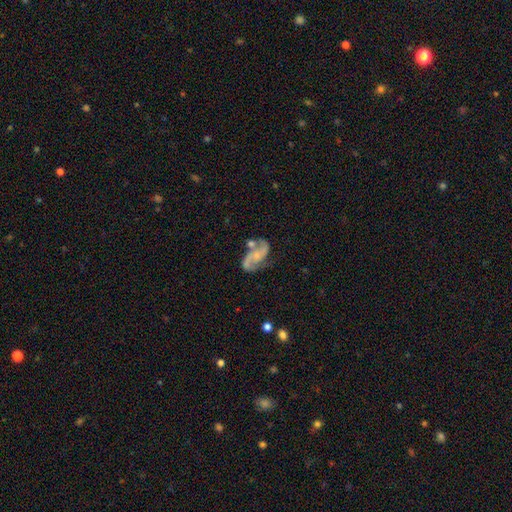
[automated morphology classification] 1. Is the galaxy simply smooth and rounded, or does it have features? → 85% featured or disk, 9% smooth, 6% star or artifact.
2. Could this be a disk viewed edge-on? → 97% no, 3% yes.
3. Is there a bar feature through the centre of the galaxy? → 59% no, 32% weak, 9% strong.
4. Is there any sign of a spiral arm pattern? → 95% yes, 5% no.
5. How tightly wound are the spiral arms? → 52% loose, 38% medium, 10% tight.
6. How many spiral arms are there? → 91% 2, 3% can't tell, 2% 3, 2% 1, 1% 4, 1% more than 4.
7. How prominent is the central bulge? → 53% small, 23% moderate, 20% none, 2% large, 1% dominant.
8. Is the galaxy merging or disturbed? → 55% none, 20% minor disturbance, 15% merger, 11% major disturbance.